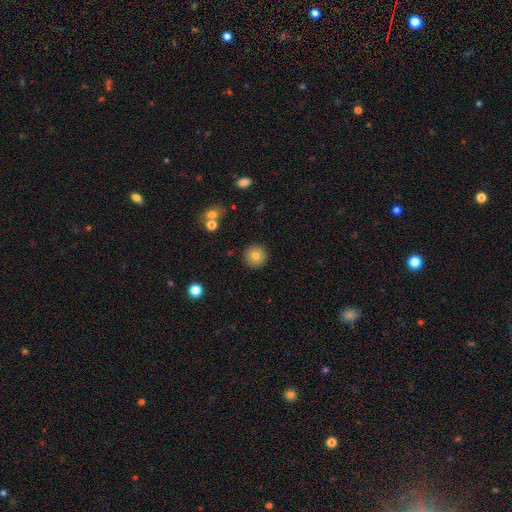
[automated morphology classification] Smooth or featured? smooth (79%)
How rounded? round (95%)
Merging? none (91%)